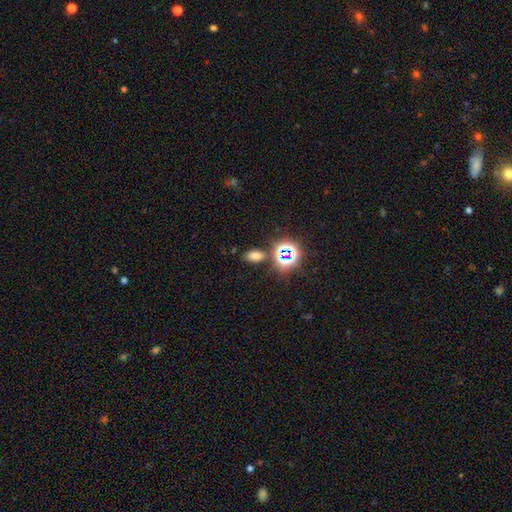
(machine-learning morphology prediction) This appears to be a smooth galaxy with no disk features (64%) that is in between round and cigar-shaped (85%). Merging: none (80%).